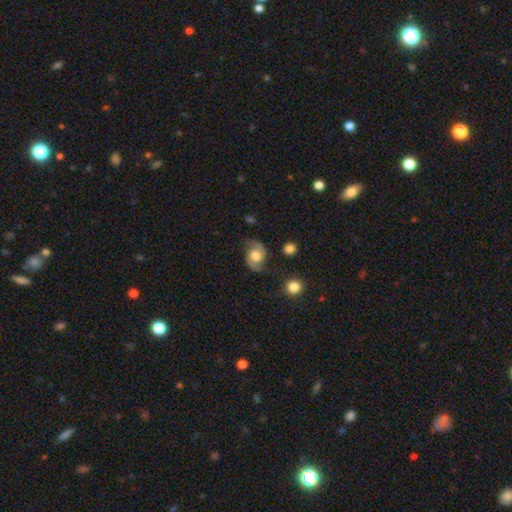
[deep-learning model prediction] Q: Smooth or featured?
A: featured or disk (78%); runner-up: smooth (16%)
Q: Edge-on disk?
A: no (98%); runner-up: yes (2%)
Q: Bar?
A: no (67%); runner-up: weak (28%)
Q: Spiral arms?
A: yes (94%); runner-up: no (6%)
Q: Spiral winding?
A: medium (51%); runner-up: loose (30%)
Q: Spiral arm count?
A: 2 (93%); runner-up: can't tell (3%)
Q: Bulge size?
A: moderate (50%); runner-up: large (38%)
Q: Merging?
A: none (75%); runner-up: minor disturbance (16%)